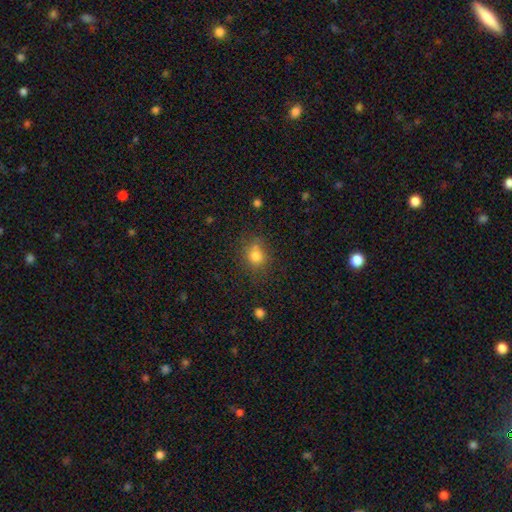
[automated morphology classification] A smooth galaxy with no disk features (77%) that is round (73%).

Vote fractions:
- Smooth or featured? smooth: 77% / star or artifact: 14% / featured or disk: 9%
- How rounded? round: 73% / in between: 26% / cigar-shaped: 1%
- Merging? none: 65% / minor disturbance: 17% / merger: 12% / major disturbance: 6%